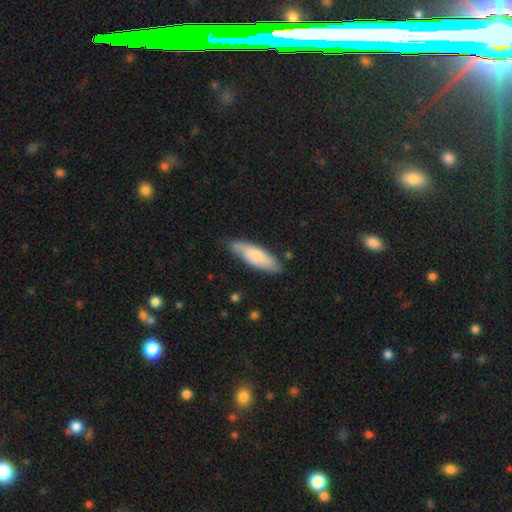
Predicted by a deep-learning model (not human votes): smooth-or-featured: smooth: 68% | featured or disk: 26% | star or artifact: 6%
  how-rounded: in between: 51% | cigar-shaped: 47% | round: 1%
  merging: none: 72% | minor disturbance: 22% | major disturbance: 4% | merger: 2%